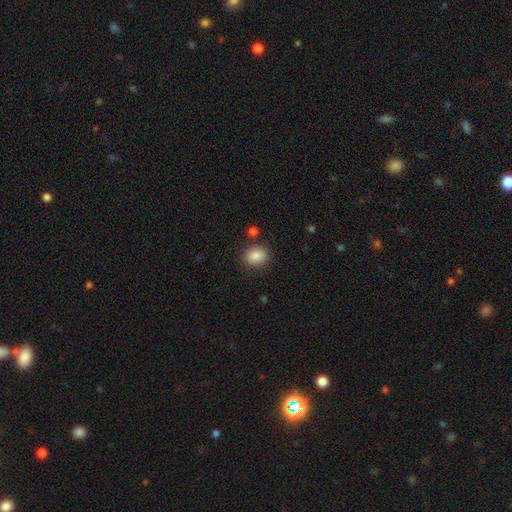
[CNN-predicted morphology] The model was most divided on "how rounded": round: 57%, in between: 42%, cigar-shaped: 1%. More confident: smooth or featured — smooth (86%); merging — none (83%).